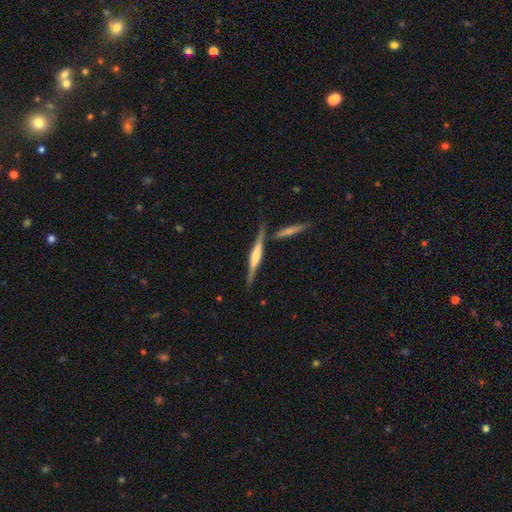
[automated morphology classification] The model was most divided on "edge-on bulge": boxy: 46%, rounded: 42%, none: 12%. More confident: edge-on disk — yes (97%); merging — none (74%); smooth or featured — featured or disk (72%).